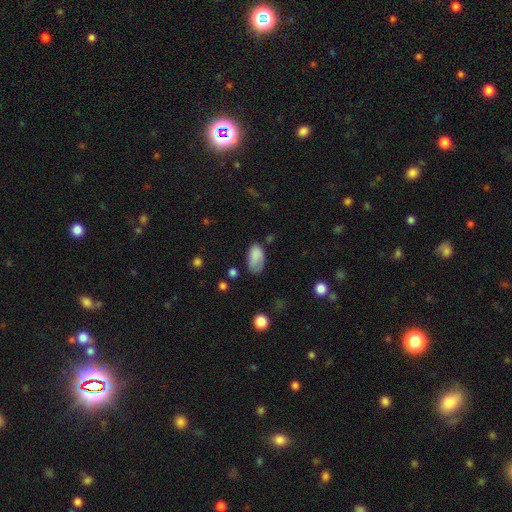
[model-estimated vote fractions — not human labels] smooth_or_featured: smooth (p=0.83) [alt: featured or disk p=0.09]
how_rounded: in between (p=0.93) [alt: round p=0.04]
merging: none (p=0.54) [alt: minor disturbance p=0.32]